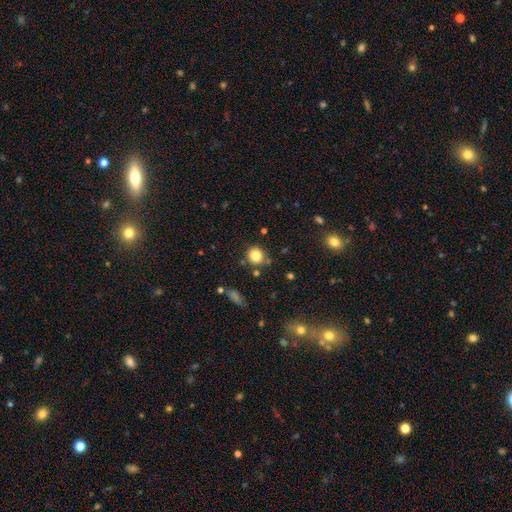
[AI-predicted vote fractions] Q: Smooth or featured?
A: smooth (83%); runner-up: star or artifact (11%)
Q: How rounded?
A: round (87%); runner-up: in between (12%)
Q: Merging?
A: none (79%); runner-up: minor disturbance (11%)